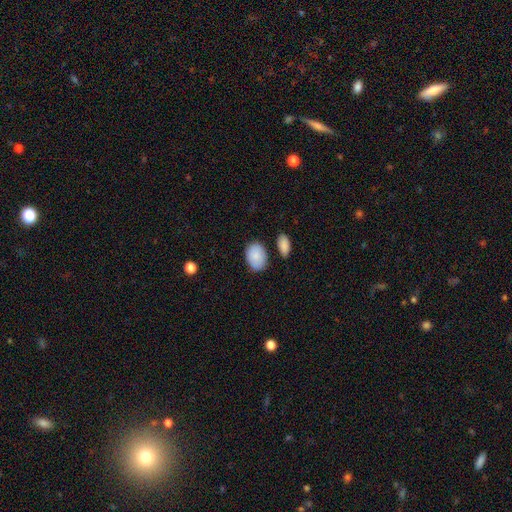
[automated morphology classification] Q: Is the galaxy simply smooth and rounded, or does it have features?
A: smooth — 88%.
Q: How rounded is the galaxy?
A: in between — 84%.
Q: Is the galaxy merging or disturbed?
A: none — 74%.